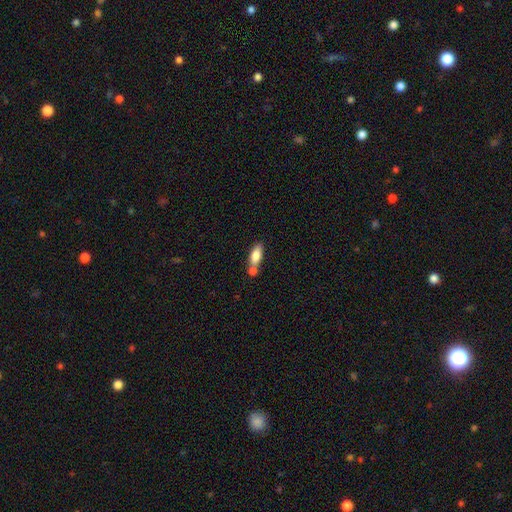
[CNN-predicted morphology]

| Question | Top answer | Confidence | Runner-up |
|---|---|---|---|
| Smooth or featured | smooth | 80% | featured or disk (13%) |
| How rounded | in between | 77% | cigar-shaped (20%) |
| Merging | none | 45% | merger (39%) |